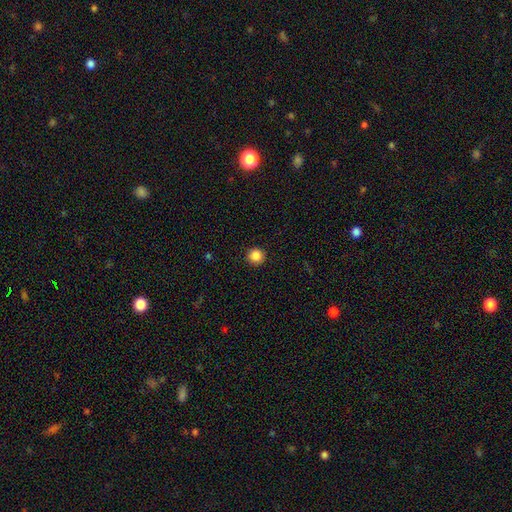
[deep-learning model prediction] A smooth galaxy with no disk features (87%) that is round (95%).

Vote fractions:
- Smooth or featured? smooth: 87% / star or artifact: 10% / featured or disk: 3%
- How rounded? round: 95% / in between: 4% / cigar-shaped: 1%
- Merging? none: 92% / minor disturbance: 5% / major disturbance: 2% / merger: 1%